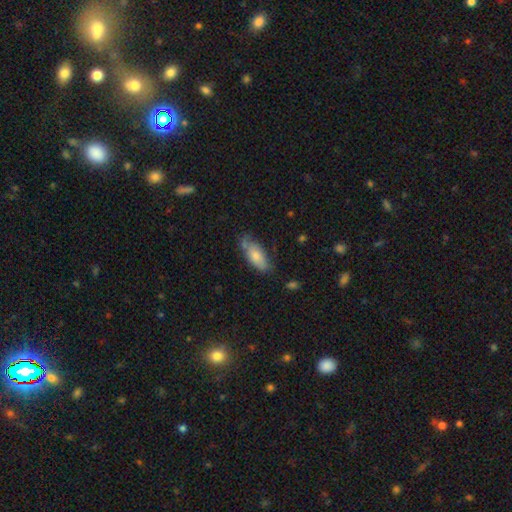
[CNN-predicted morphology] smooth_or_featured: smooth (p=0.70) [alt: featured or disk p=0.22]
how_rounded: in between (p=0.78) [alt: cigar-shaped p=0.19]
merging: none (p=0.62) [alt: minor disturbance p=0.28]